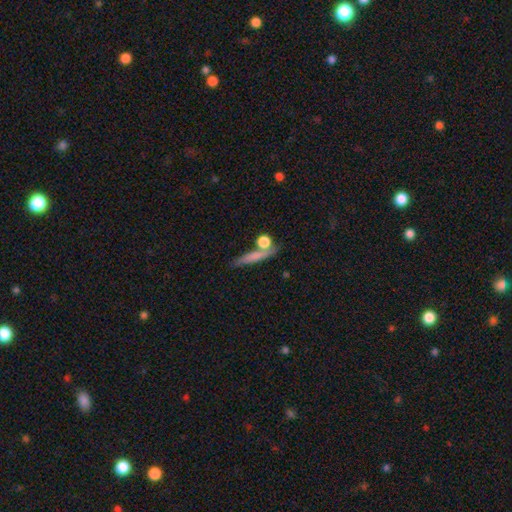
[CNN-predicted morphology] Q: Smooth or featured?
A: smooth (64%); runner-up: featured or disk (26%)
Q: How rounded?
A: cigar-shaped (75%); runner-up: round (14%)
Q: Merging?
A: none (69%); runner-up: merger (14%)